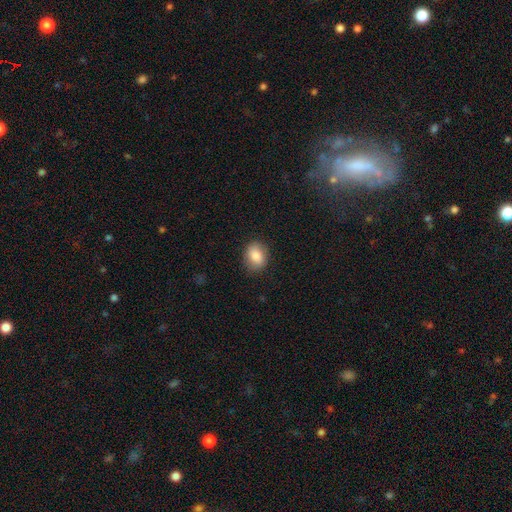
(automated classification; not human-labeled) Smooth or featured? smooth (83%)
How rounded? in between (59%)
Merging? none (84%)